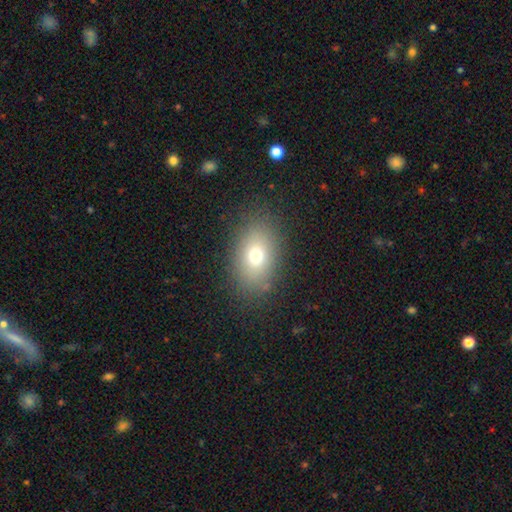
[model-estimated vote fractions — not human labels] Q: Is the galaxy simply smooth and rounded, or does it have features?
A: smooth — 71%.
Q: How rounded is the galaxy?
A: in between — 79%.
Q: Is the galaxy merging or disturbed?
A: none — 84%.